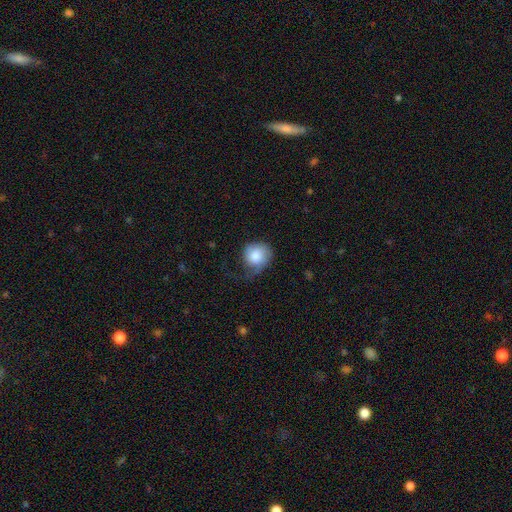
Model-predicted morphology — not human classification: smooth-or-featured: smooth: 75% | featured or disk: 18% | star or artifact: 7%
  how-rounded: round: 79% | in between: 21% | cigar-shaped: 1%
  merging: minor disturbance: 35% | none: 34% | major disturbance: 30% | merger: 2%